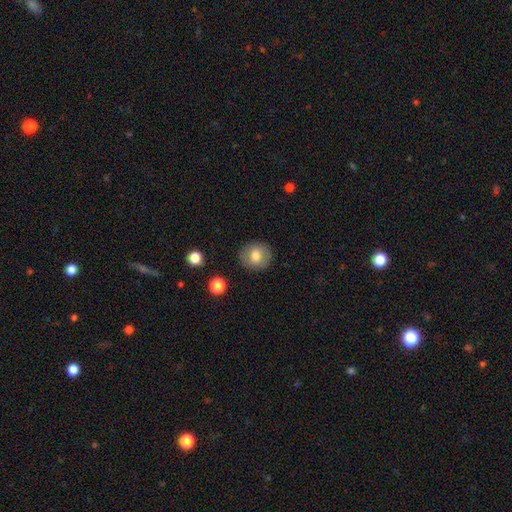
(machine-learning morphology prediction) type=smooth (73%); roundness=round (84%); merging=none (87%).